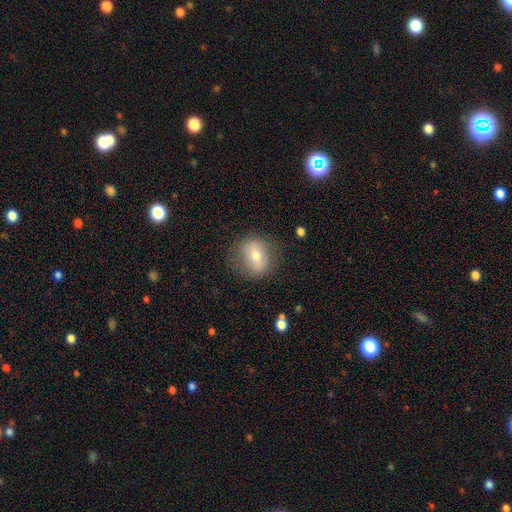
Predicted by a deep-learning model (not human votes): smooth 56%, featured or disk 35%, star or artifact 9%. Down the decision tree: how rounded — round (62%); merging — none (77%).